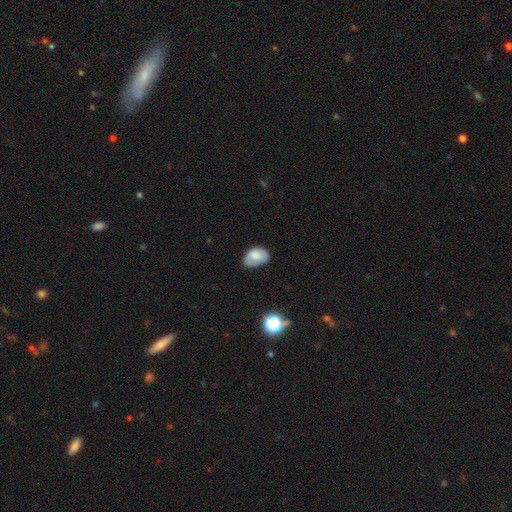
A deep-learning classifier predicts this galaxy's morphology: This is likely a smooth galaxy (72%). How rounded: clearly in between (82%). Merging: possibly none (48%).